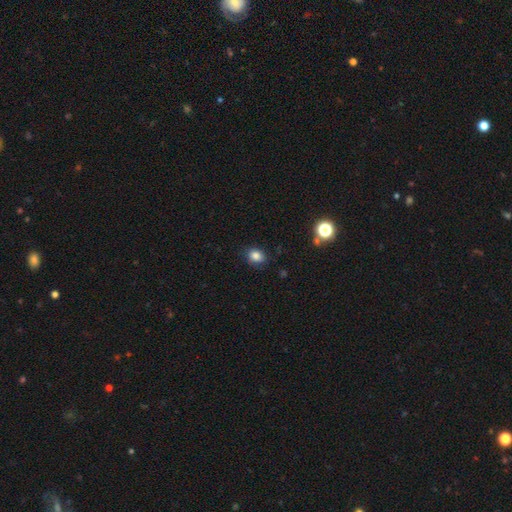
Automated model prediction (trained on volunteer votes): A smooth galaxy with no disk features (84%) that is round (55%).

Vote fractions:
- Smooth or featured? smooth: 84% / star or artifact: 12% / featured or disk: 4%
- How rounded? round: 55% / in between: 44% / cigar-shaped: 1%
- Merging? none: 83% / minor disturbance: 12% / major disturbance: 3% / merger: 1%